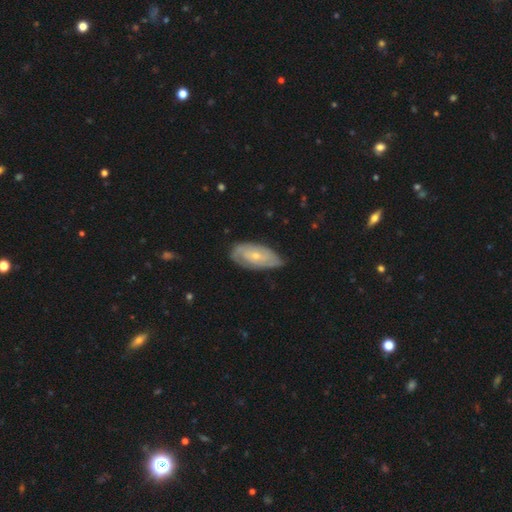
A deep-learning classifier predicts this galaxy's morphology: Smooth or featured? featured or disk (62%)
Edge-on disk? no (90%)
Bar? no (72%)
Spiral arms? yes (77%)
Bulge size? small (62%)
Merging? none (67%)